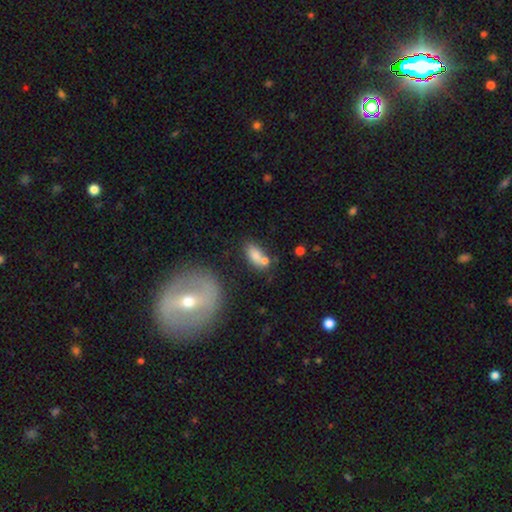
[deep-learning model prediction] Smooth or featured? Predicted: smooth (p=0.78). How rounded? Predicted: in between (p=0.86). Merging? Predicted: none (p=0.44).